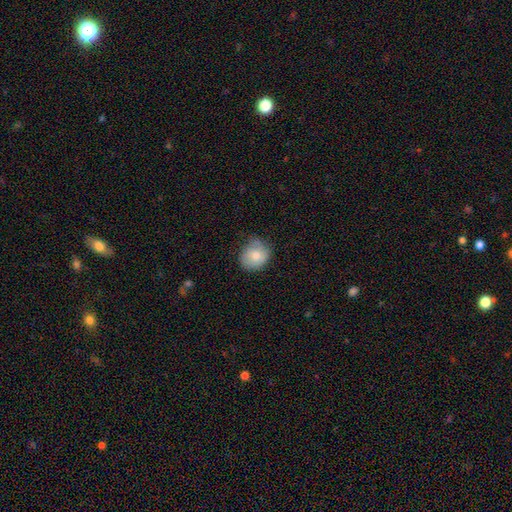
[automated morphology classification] type=smooth (76%); roundness=round (68%); merging=none (62%).